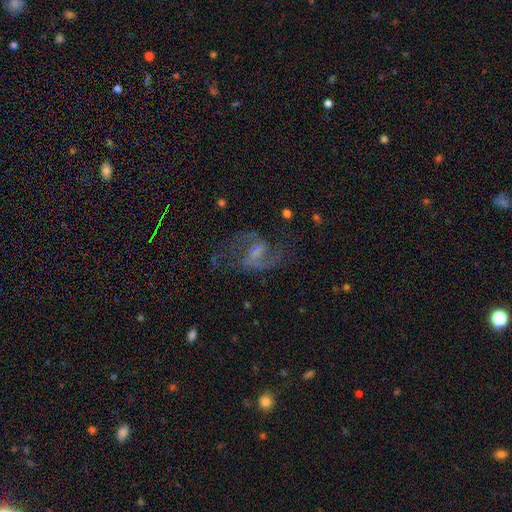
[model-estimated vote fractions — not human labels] Smooth or featured? featured or disk (81%)
Edge-on disk? no (97%)
Bar? weak (53%)
Spiral arms? yes (94%)
Spiral winding? medium (49%)
Spiral arm count? 2 (89%)
Bulge size? none (36%)
Merging? none (65%)